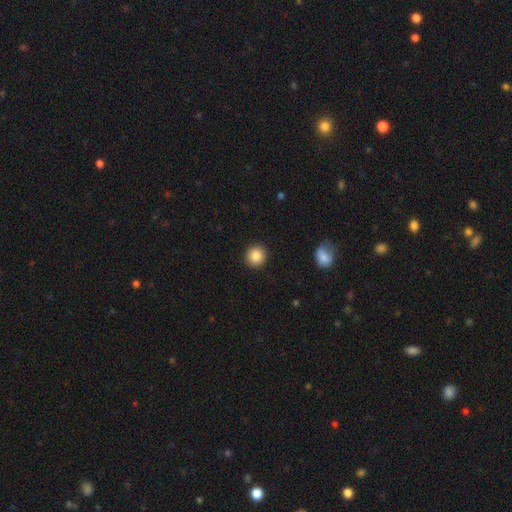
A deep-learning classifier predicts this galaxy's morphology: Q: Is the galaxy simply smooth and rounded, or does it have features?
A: smooth — 86%.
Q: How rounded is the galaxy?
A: round — 92%.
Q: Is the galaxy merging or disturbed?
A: none — 92%.